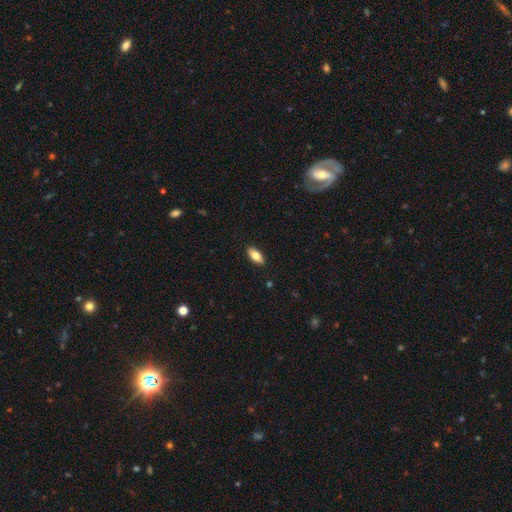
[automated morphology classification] This appears to be a smooth galaxy with no disk features (73%) that is in between round and cigar-shaped (83%). Merging: none (89%).